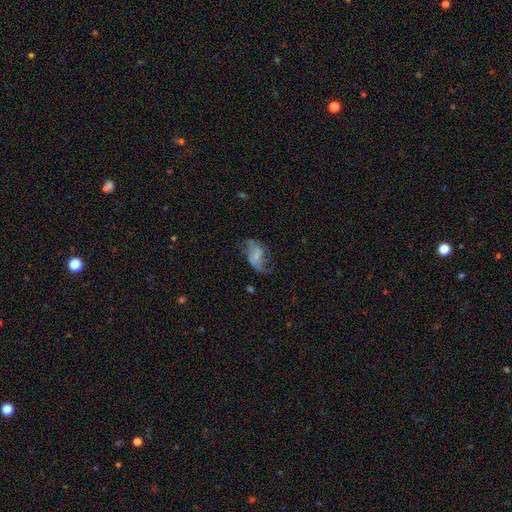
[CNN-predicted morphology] A featured or disk galaxy (60%) with no bar (51%), spiral arms (77%) and a small central bulge (42%). Merging: none (41%).